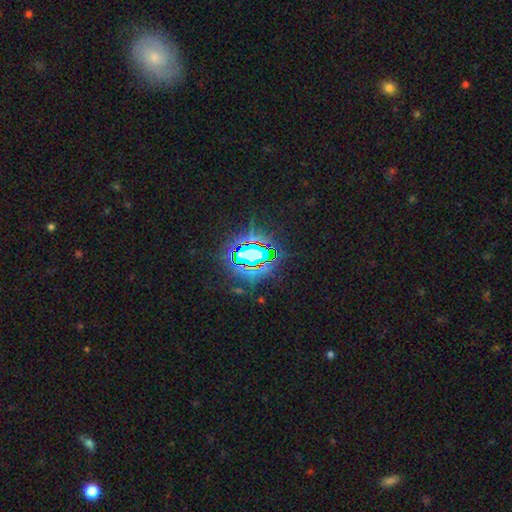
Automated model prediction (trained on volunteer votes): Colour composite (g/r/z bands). It shows a star or artifact, not a galaxy (81%).